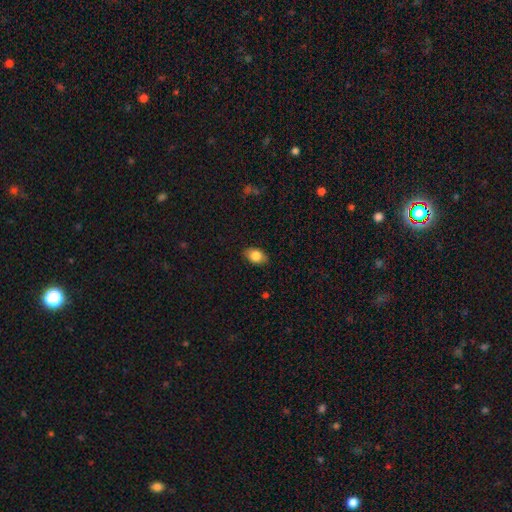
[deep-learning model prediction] This is clearly a smooth galaxy (84%). How rounded: clearly in between (84%). Merging: clearly none (86%).